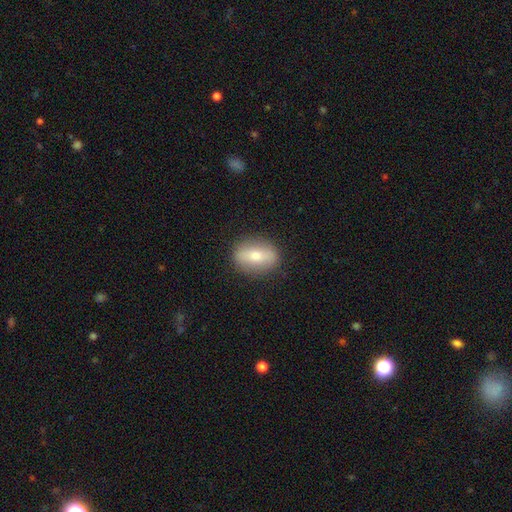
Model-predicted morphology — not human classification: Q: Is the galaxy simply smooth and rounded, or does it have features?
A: smooth — 60%.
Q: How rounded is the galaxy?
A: in between — 70%.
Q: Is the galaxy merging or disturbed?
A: none — 86%.